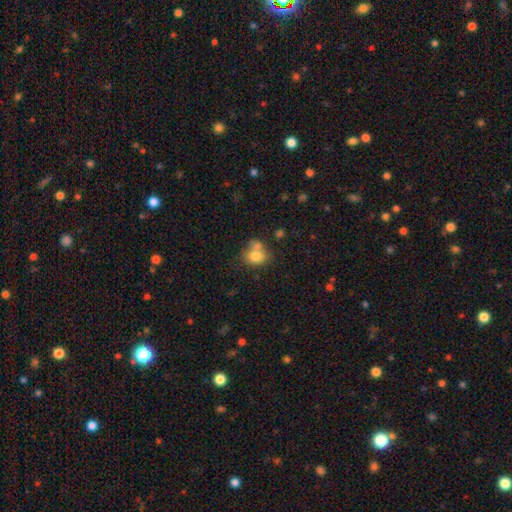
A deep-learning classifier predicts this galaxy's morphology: A smooth galaxy with no disk features (77%) that is in between round and cigar-shaped (53%). Merging: none (42%).